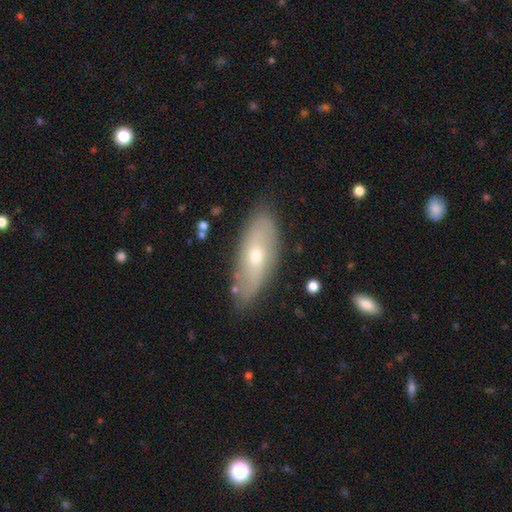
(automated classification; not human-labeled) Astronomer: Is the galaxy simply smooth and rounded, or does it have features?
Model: featured or disk — 51% (runner-up: smooth, 41%).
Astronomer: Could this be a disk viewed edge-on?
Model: no — 77%.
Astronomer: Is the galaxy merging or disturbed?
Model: none — 79%.